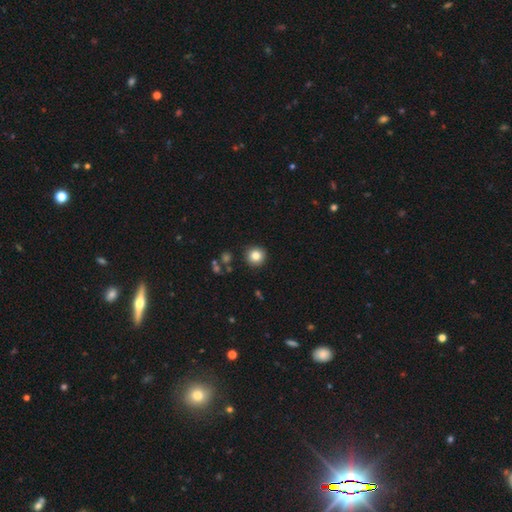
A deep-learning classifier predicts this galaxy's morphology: smooth_or_featured: smooth (p=0.82) [alt: star or artifact p=0.11]
how_rounded: round (p=0.94) [alt: in between p=0.05]
merging: none (p=0.90) [alt: minor disturbance p=0.06]